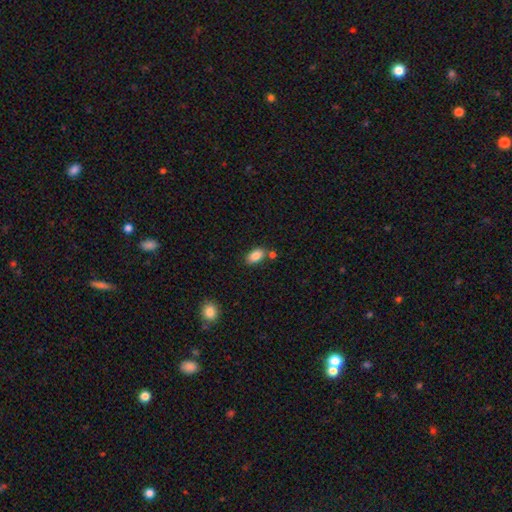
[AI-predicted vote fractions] Overall: smooth (86%). How rounded: in between (92%). Merging: none (73%).